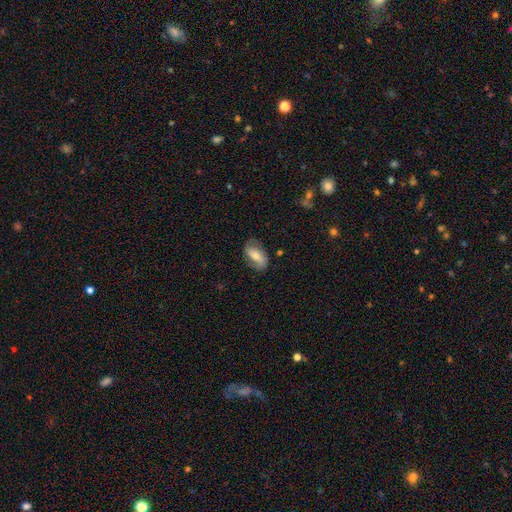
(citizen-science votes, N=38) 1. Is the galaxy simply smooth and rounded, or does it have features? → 58% featured or disk, 34% smooth, 8% star or artifact.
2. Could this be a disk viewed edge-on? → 95% no, 5% yes.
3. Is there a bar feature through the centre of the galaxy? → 52% strong, 29% weak, 19% no.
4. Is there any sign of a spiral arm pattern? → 81% yes, 19% no.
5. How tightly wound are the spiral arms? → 41% loose, 35% tight, 24% medium.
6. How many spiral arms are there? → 100% 2, 0% 1, 0% 3, 0% 4, 0% more than 4, 0% can't tell.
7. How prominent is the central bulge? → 52% moderate, 48% small, 0% dominant, 0% large, 0% none.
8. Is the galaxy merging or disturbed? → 86% none, 6% minor disturbance, 6% major disturbance, 3% merger.